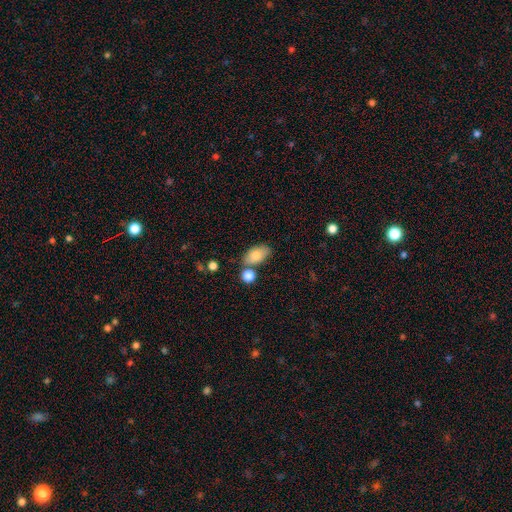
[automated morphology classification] Smooth or featured?
  - smooth: 80% *
  - featured or disk: 13%
  - star or artifact: 8%
How rounded?
  - in between: 90% *
  - round: 7%
  - cigar-shaped: 3%
Merging?
  - none: 66% *
  - minor disturbance: 16%
  - merger: 14%
  - major disturbance: 4%